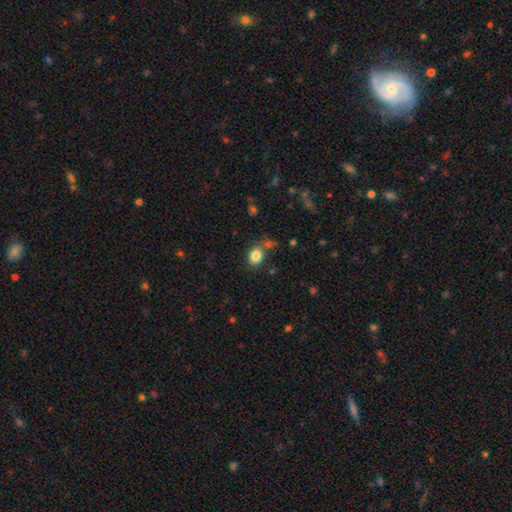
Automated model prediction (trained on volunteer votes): This appears to be a smooth galaxy with no disk features (84%) that is in between round and cigar-shaped (64%). Merging: none (72%).